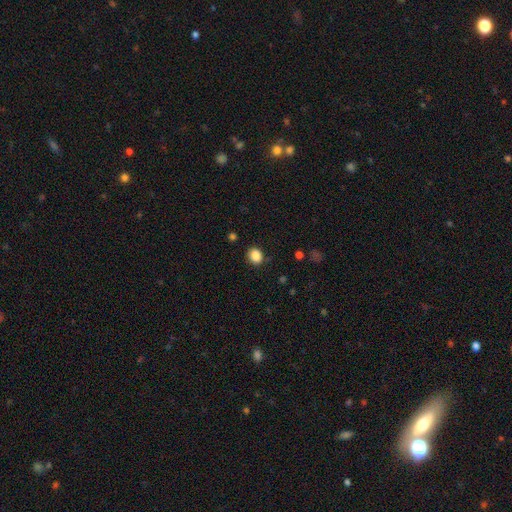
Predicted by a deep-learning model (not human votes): A smooth galaxy with no disk features (87%) that is round (59%). Merging: none (85%).